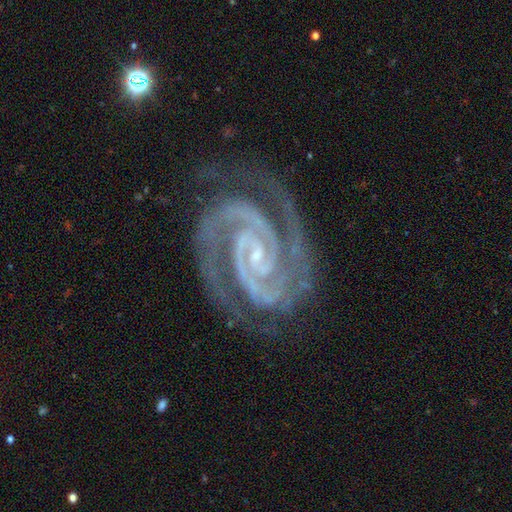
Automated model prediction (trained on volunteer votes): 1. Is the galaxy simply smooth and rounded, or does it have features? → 94% featured or disk, 4% star or artifact, 2% smooth.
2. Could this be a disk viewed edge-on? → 98% no, 2% yes.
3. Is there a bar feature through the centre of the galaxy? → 38% no, 34% weak, 29% strong.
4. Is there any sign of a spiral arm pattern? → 99% yes, 1% no.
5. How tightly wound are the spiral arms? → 74% tight, 24% medium, 2% loose.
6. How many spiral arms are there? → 90% 2, 4% 3, 2% can't tell, 1% 4, 1% more than 4, 1% 1.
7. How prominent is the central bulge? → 81% small, 12% moderate, 5% none, 1% large, 1% dominant.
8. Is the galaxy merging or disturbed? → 79% none, 15% minor disturbance, 5% major disturbance, 2% merger.